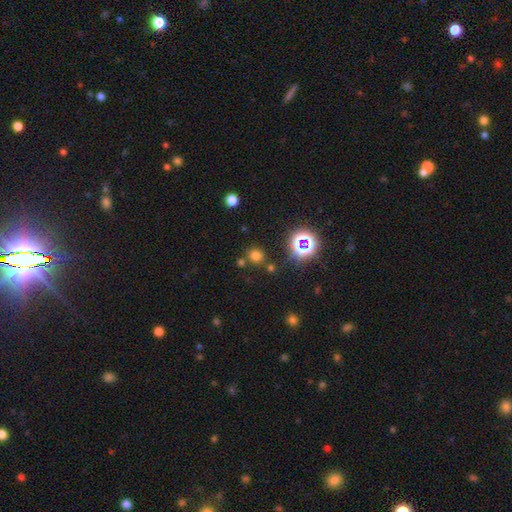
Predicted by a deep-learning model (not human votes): smooth 66%, star or artifact 28%, featured or disk 6%. Down the decision tree: how rounded — round (87%); merging — none (77%).